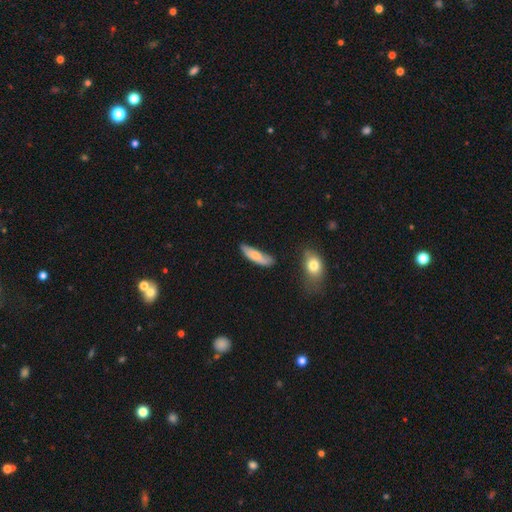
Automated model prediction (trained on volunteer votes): Overall: smooth (71%). How rounded: cigar-shaped (59%; in between 39%). Merging: none (55%; minor disturbance 31%).